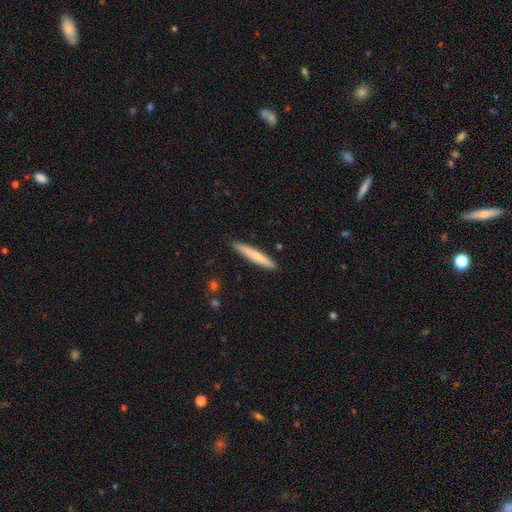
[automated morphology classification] type=smooth (71%); roundness=cigar-shaped (95%); merging=none (90%).